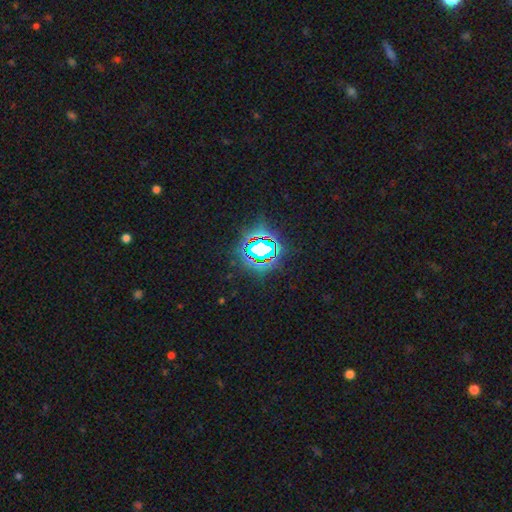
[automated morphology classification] Smooth or featured: star or artifact — 75% (smooth — 16%)